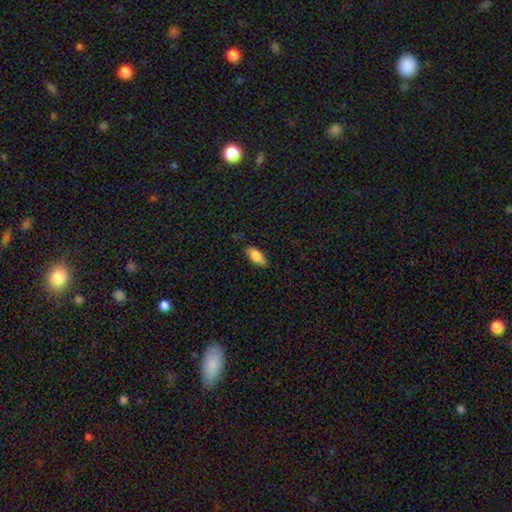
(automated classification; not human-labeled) Smooth or featured? Predicted: smooth (p=0.81). How rounded? Predicted: in between (p=0.83). Merging? Predicted: none (p=0.83).